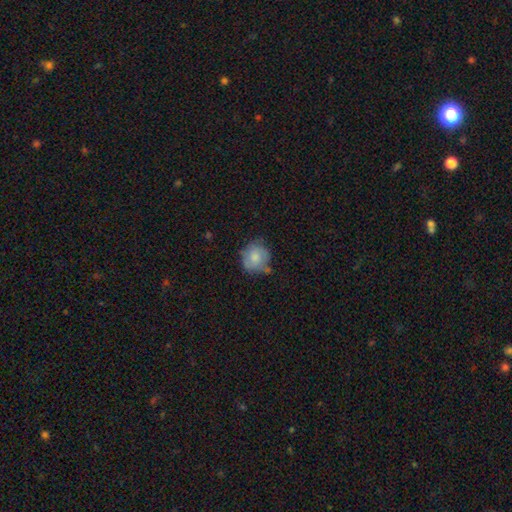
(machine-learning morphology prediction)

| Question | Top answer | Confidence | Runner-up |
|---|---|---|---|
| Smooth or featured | smooth | 72% | featured or disk (20%) |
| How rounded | round | 82% | in between (17%) |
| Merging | none | 60% | minor disturbance (28%) |